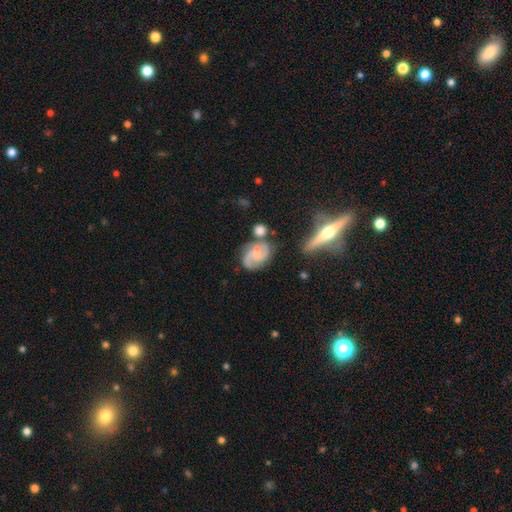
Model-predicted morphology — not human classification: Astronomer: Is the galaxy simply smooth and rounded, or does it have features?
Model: featured or disk — 74%.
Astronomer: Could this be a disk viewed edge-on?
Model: no — 97%.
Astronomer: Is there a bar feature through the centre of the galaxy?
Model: no — 58% (runner-up: weak, 35%).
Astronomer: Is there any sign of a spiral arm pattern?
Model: yes — 94%.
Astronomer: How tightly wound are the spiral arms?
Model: medium — 49% (runner-up: tight, 27%).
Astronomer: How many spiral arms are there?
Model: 2 — 74%.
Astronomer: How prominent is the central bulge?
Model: small — 48% (runner-up: none, 33%).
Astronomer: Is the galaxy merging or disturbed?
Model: none — 55%.